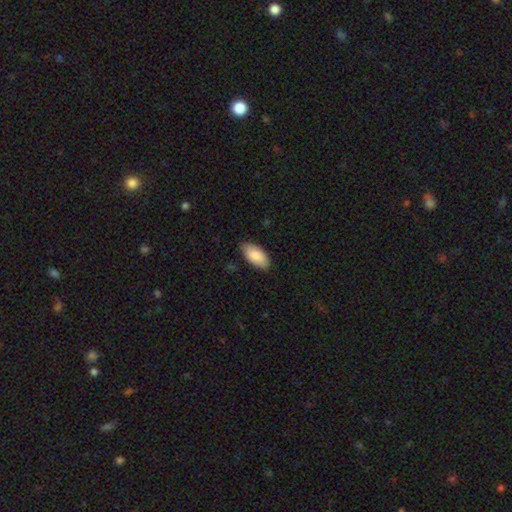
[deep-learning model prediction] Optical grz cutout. It shows a smooth galaxy with no disk features (87%) that is in between round and cigar-shaped (94%). Merging: none (84%).